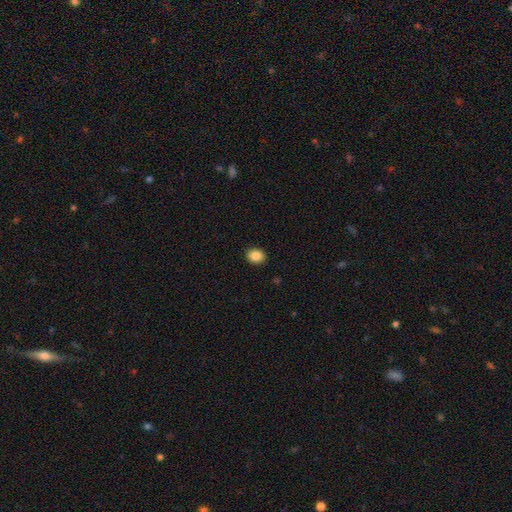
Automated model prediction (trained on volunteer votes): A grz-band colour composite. It shows a smooth galaxy with no disk features (88%) that is round (62%). Merging: none (92%).